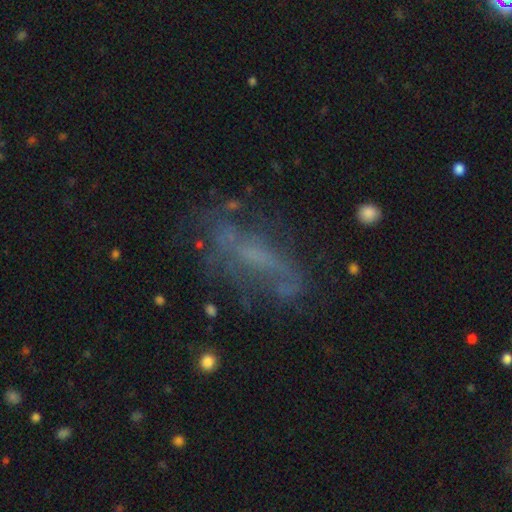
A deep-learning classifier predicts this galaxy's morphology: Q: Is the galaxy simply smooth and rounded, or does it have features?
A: featured or disk — 55%.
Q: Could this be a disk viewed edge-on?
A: no — 83%.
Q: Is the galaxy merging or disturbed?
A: none — 52%.